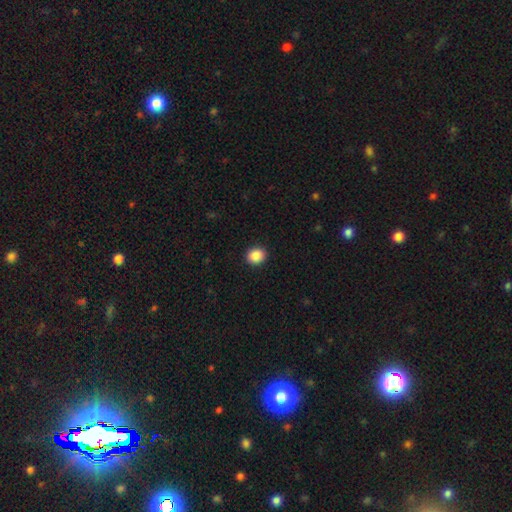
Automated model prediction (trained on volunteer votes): Smooth or featured?
  - smooth: 88% *
  - star or artifact: 9%
  - featured or disk: 3%
How rounded?
  - round: 75% *
  - in between: 24%
  - cigar-shaped: 1%
Merging?
  - none: 92% *
  - minor disturbance: 5%
  - major disturbance: 2%
  - merger: 1%